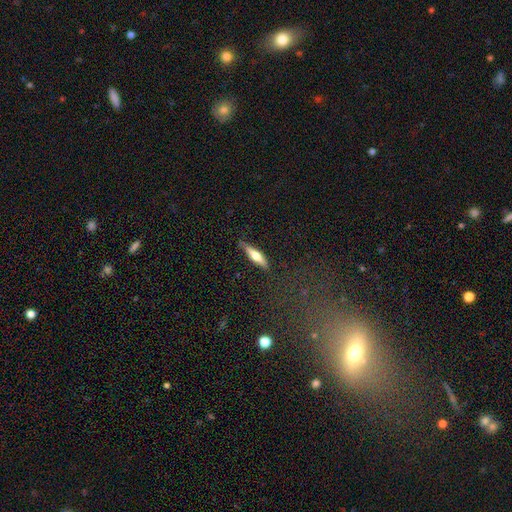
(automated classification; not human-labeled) Smooth or featured: featured or disk — 48% (smooth — 47%)
Merging: none — 85% (minor disturbance — 11%)